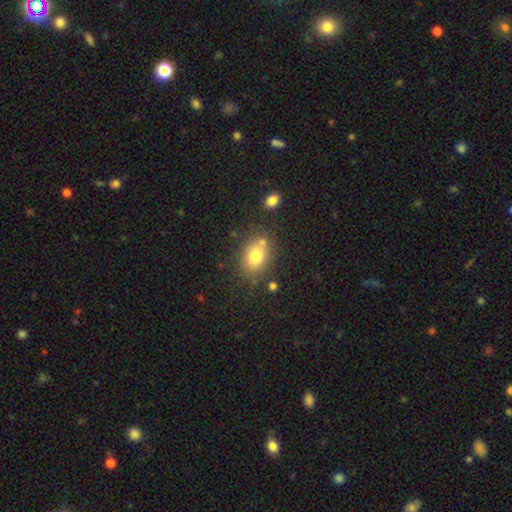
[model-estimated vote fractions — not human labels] A smooth galaxy with no disk features (77%) that is in between round and cigar-shaped (63%). Merging: none (67%).